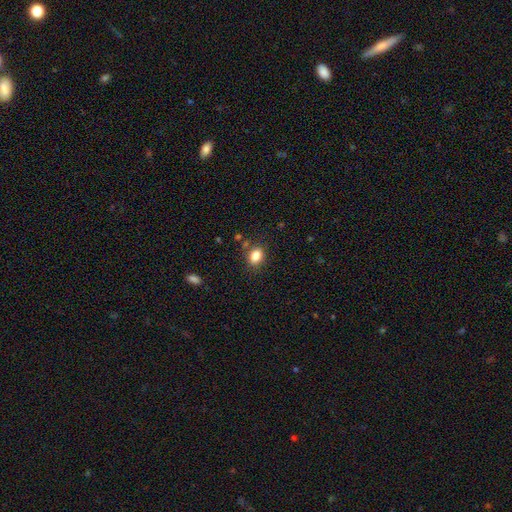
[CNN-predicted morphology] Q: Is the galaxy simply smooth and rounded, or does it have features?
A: smooth — 83%.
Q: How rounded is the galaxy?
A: in between — 67%.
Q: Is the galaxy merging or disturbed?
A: none — 81%.